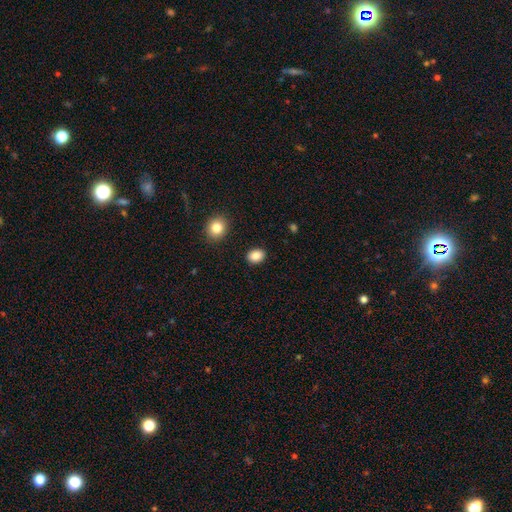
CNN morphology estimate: type=smooth (86%); roundness=in between (57%); merging=none (89%).